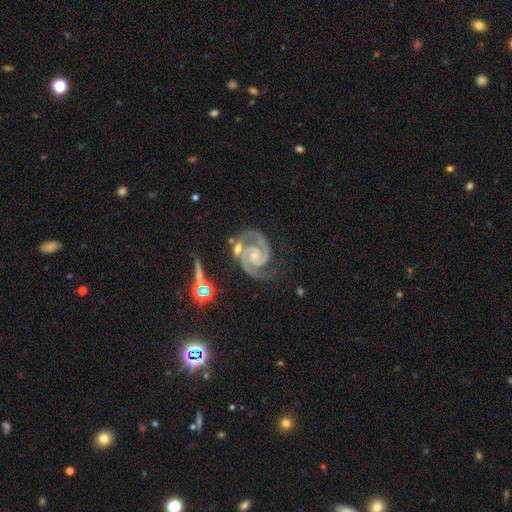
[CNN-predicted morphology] A featured or disk galaxy (92%) with no bar (70%), 2 (91%) tight (61%) spiral arms (99%) and a small central bulge (71%). Merging: none (65%).